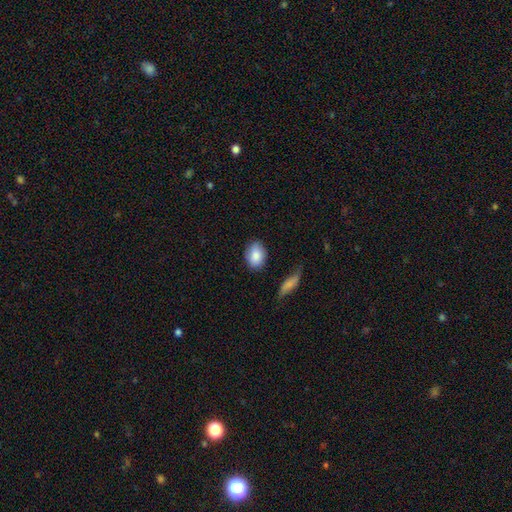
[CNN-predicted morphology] smooth 85%, featured or disk 8%, star or artifact 7%. Down the decision tree: how rounded — in between (71%); merging — none (77%).